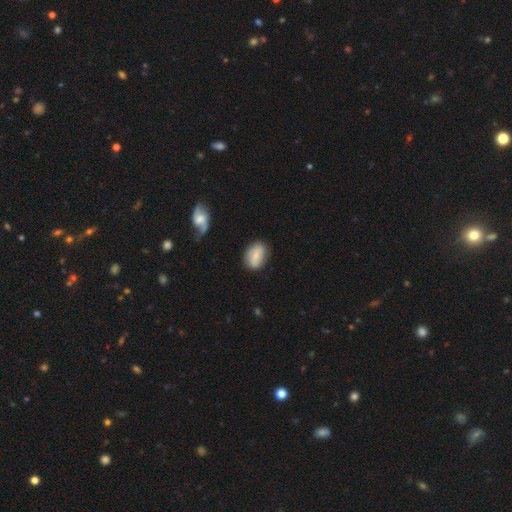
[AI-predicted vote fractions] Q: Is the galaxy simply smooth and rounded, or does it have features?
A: smooth — 66%.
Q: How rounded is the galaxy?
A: in between — 83%.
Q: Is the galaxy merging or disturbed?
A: none — 75%.